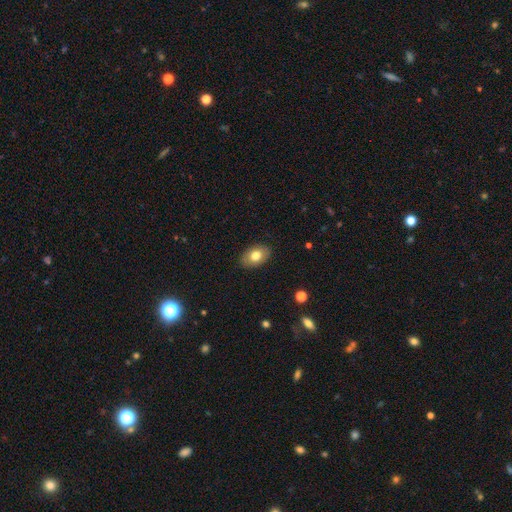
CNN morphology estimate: This appears to be a smooth galaxy with no disk features (77%) that is in between round and cigar-shaped (87%). Merging: none (87%).